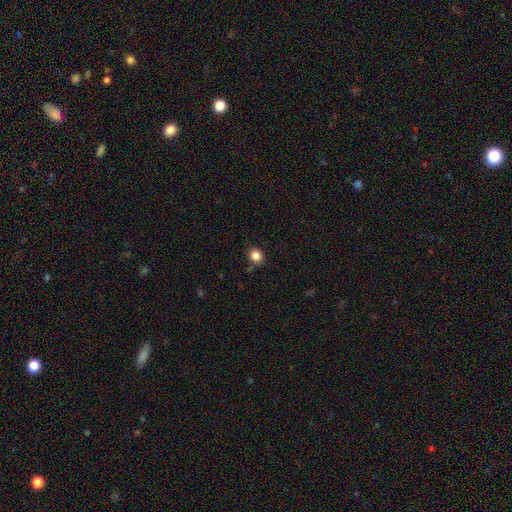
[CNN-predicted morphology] Smooth or featured?
  - smooth: 85% *
  - star or artifact: 11%
  - featured or disk: 4%
How rounded?
  - round: 74% *
  - in between: 25%
  - cigar-shaped: 1%
Merging?
  - none: 86% *
  - minor disturbance: 9%
  - merger: 3%
  - major disturbance: 2%